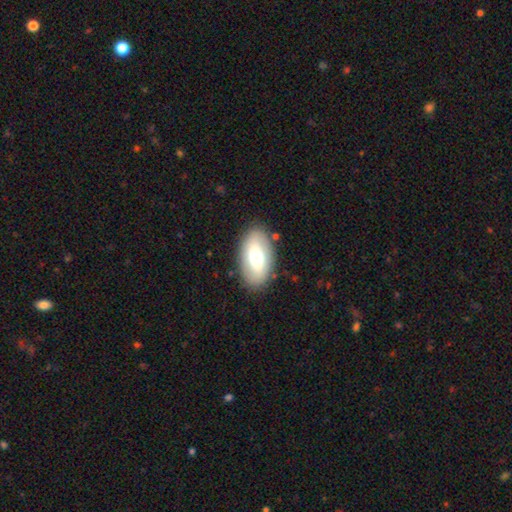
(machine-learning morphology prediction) This is likely a smooth galaxy (62%). How rounded: clearly in between (93%). Merging: clearly none (86%).